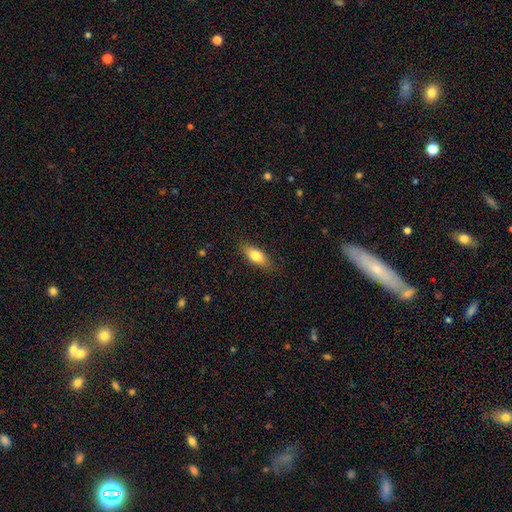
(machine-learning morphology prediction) Smooth or featured?
  - smooth: 76% *
  - featured or disk: 17%
  - star or artifact: 7%
How rounded?
  - in between: 78% *
  - cigar-shaped: 19%
  - round: 4%
Merging?
  - none: 83% *
  - minor disturbance: 13%
  - major disturbance: 3%
  - merger: 1%